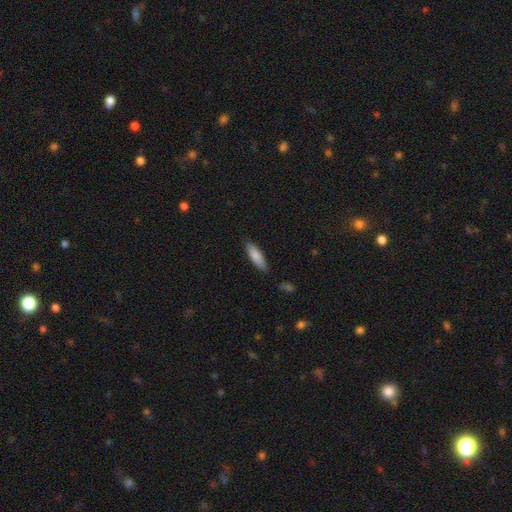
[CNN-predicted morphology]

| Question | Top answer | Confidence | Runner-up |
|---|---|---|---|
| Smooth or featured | smooth | 84% | featured or disk (10%) |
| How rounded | cigar-shaped | 57% | in between (42%) |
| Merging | none | 85% | minor disturbance (12%) |